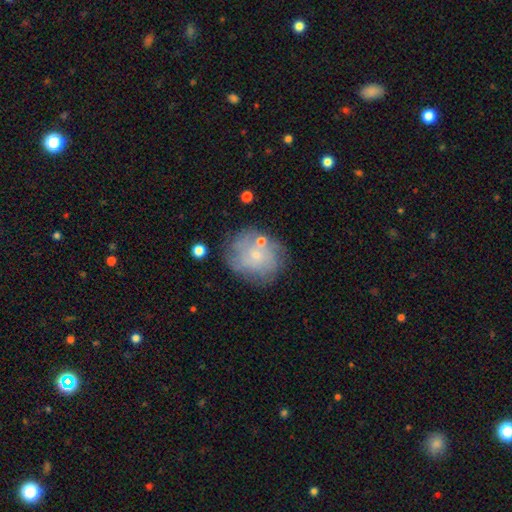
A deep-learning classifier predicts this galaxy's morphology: Smooth or featured? Predicted: featured or disk (p=0.51). Edge-on disk? Predicted: no (p=0.97). Merging? Predicted: none (p=0.67).